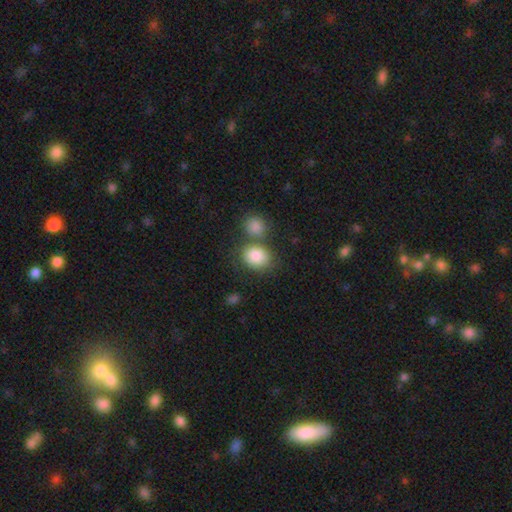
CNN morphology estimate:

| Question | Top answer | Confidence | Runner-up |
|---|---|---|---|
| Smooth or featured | smooth | 85% | star or artifact (8%) |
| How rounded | round | 57% | in between (42%) |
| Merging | none | 53% | merger (31%) |